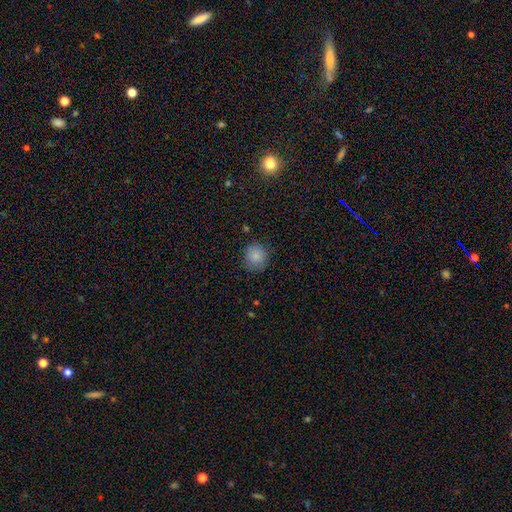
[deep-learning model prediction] A smooth galaxy with no disk features (85%) that is round (87%).

Vote fractions:
- Smooth or featured? smooth: 85% / star or artifact: 10% / featured or disk: 5%
- How rounded? round: 87% / in between: 12% / cigar-shaped: 1%
- Merging? none: 85% / minor disturbance: 11% / major disturbance: 3% / merger: 1%